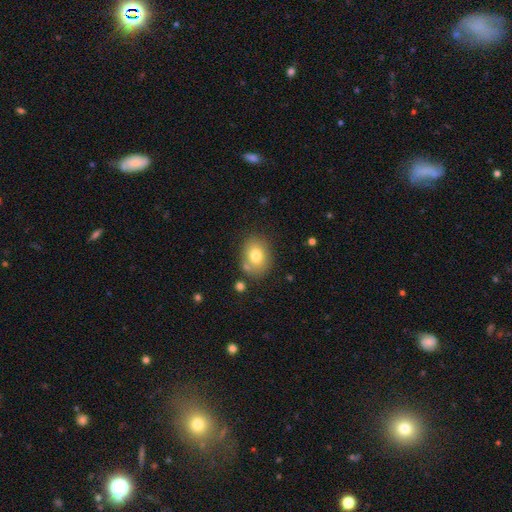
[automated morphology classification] This is likely a smooth galaxy (76%). How rounded: possibly in between (57%). Merging: likely none (73%).